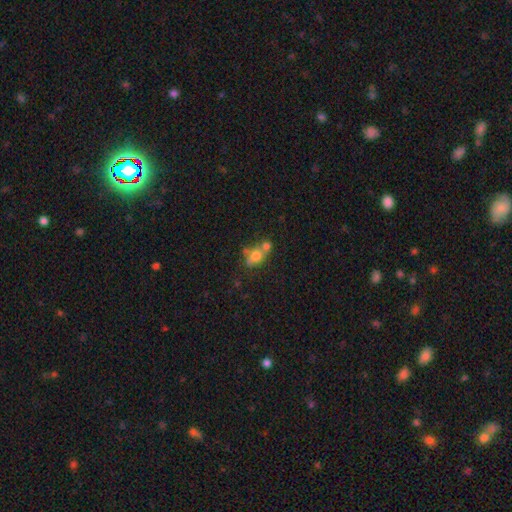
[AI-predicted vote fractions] smooth 64%, featured or disk 23%, star or artifact 13%. Down the decision tree: how rounded — in between (57%); merging — merger (50%).